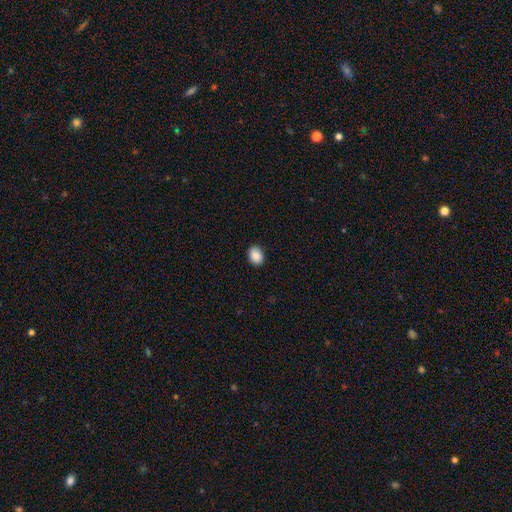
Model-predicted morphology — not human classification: This is clearly a smooth galaxy (89%). How rounded: likely in between (61%). Merging: clearly none (90%).